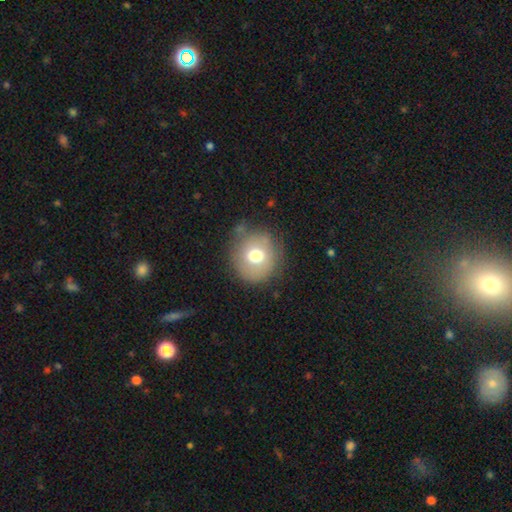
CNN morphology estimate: This is likely a smooth galaxy (70%). How rounded: clearly round (89%). Merging: likely none (74%).